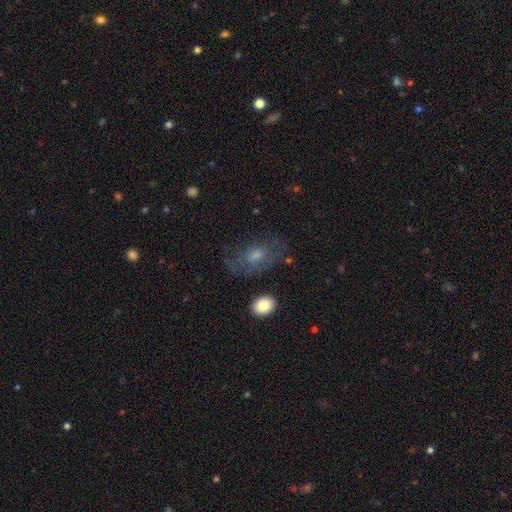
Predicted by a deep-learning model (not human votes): smooth_or_featured: smooth (p=0.48) [alt: featured or disk p=0.40]
merging: none (p=0.54) [alt: minor disturbance p=0.22]